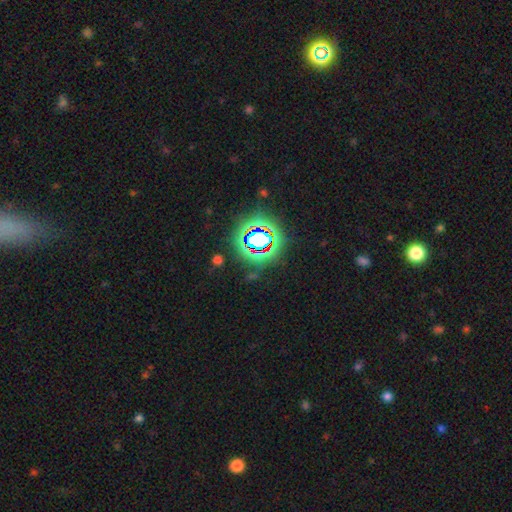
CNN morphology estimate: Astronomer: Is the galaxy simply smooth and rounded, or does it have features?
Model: star or artifact — 79%.